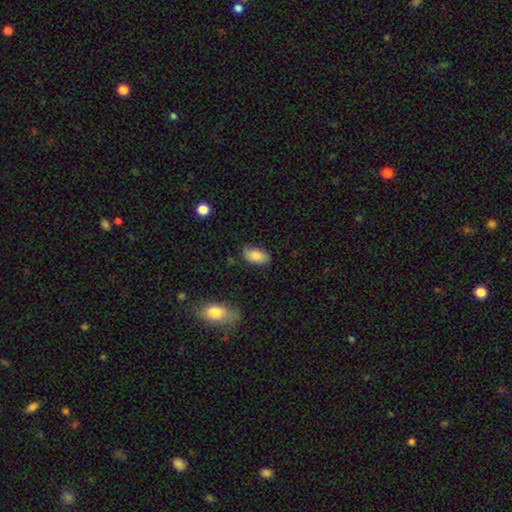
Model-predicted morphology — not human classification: Smooth or featured?
  - smooth: 83% *
  - featured or disk: 9%
  - star or artifact: 7%
How rounded?
  - in between: 93% *
  - round: 4%
  - cigar-shaped: 2%
Merging?
  - none: 64% *
  - minor disturbance: 28%
  - major disturbance: 6%
  - merger: 2%